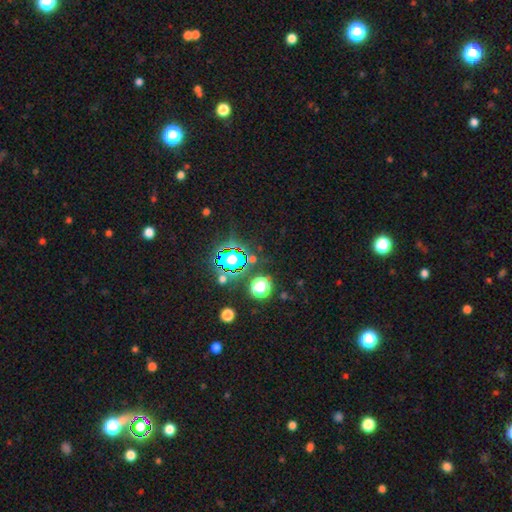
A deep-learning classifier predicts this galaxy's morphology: Smooth or featured: star or artifact — 80% (smooth — 12%)